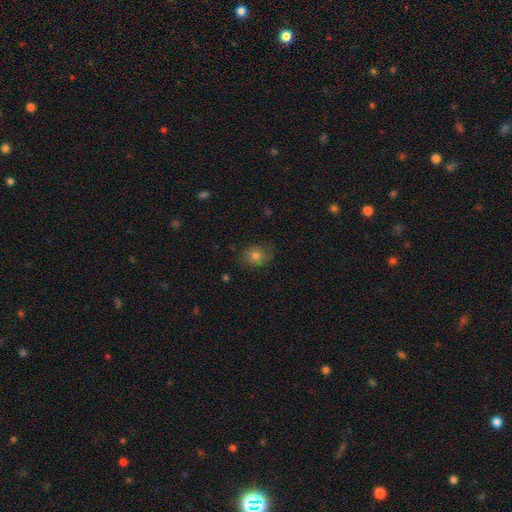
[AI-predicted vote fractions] Smooth or featured? Predicted: smooth (p=0.75). How rounded? Predicted: round (p=0.57). Merging? Predicted: none (p=0.76).